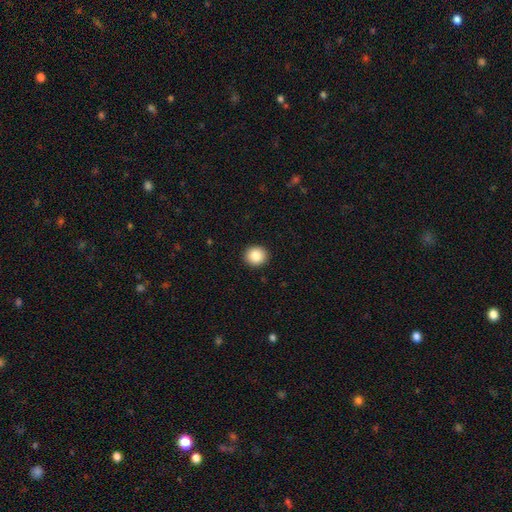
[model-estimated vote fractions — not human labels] Overall: smooth (86%). How rounded: round (87%). Merging: none (93%).